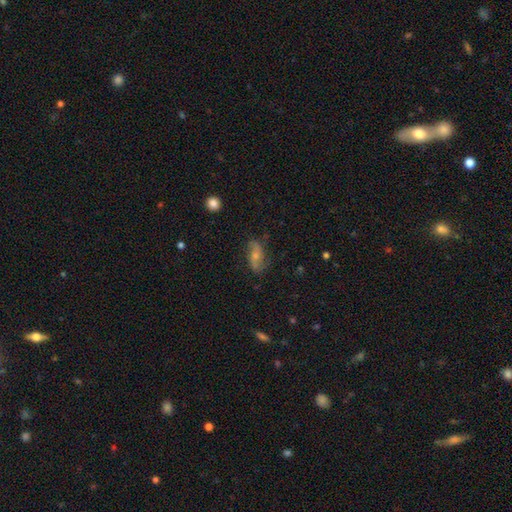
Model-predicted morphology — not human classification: This appears to be a featured or disk galaxy (56%) with no bar (60%), spiral arms (85%) and a moderate central bulge (46%). Merging: none (69%).